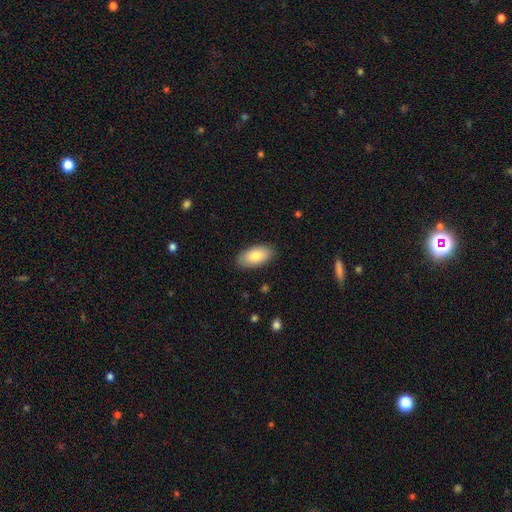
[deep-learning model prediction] Morphology: type=smooth (82%); roundness=in between (95%); merging=none (87%).